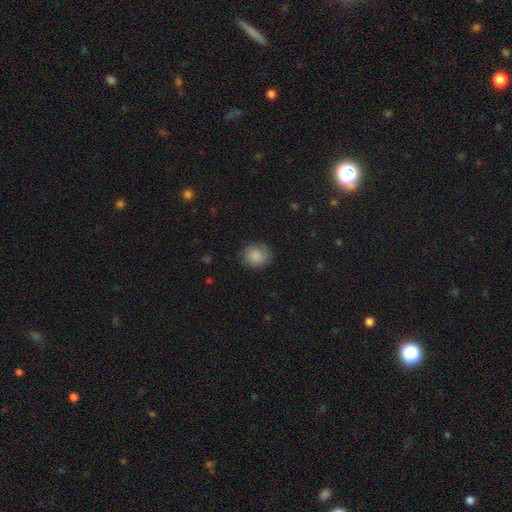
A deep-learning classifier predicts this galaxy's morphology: Smooth or featured?
  - smooth: 87% *
  - star or artifact: 8%
  - featured or disk: 6%
How rounded?
  - round: 73% *
  - in between: 26%
  - cigar-shaped: 1%
Merging?
  - none: 84% *
  - minor disturbance: 12%
  - major disturbance: 3%
  - merger: 1%